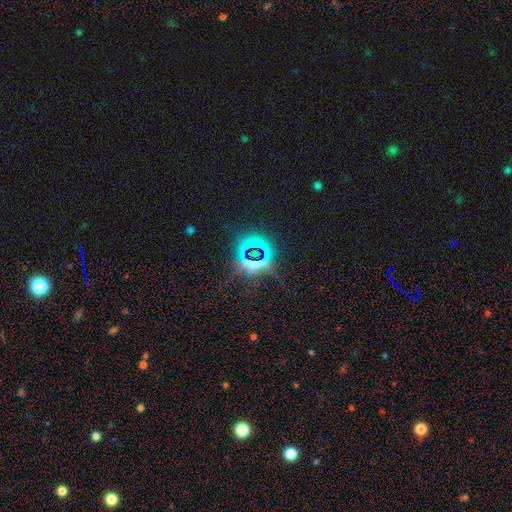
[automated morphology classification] Smooth or featured? star or artifact (78%)